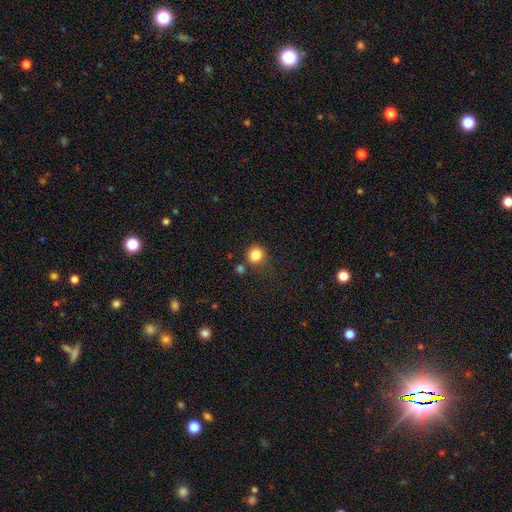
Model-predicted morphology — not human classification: The model was most divided on "merging": none: 77%, minor disturbance: 11%, merger: 8%, major disturbance: 4%. More confident: how rounded — round (90%); smooth or featured — smooth (84%).